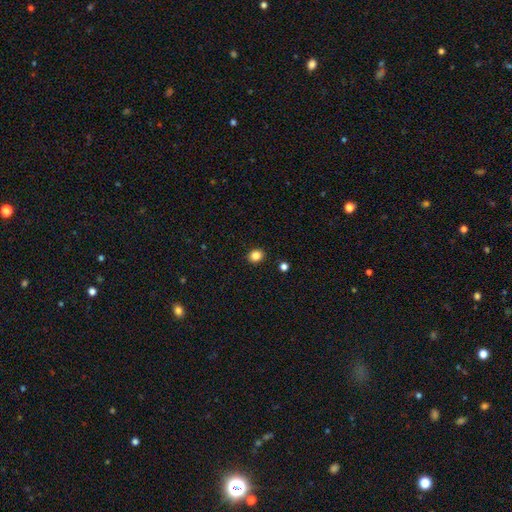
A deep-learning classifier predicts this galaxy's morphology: Smooth or featured: smooth — 86% (star or artifact — 11%)
How rounded: round — 62% (in between — 37%)
Merging: none — 90% (minor disturbance — 7%)